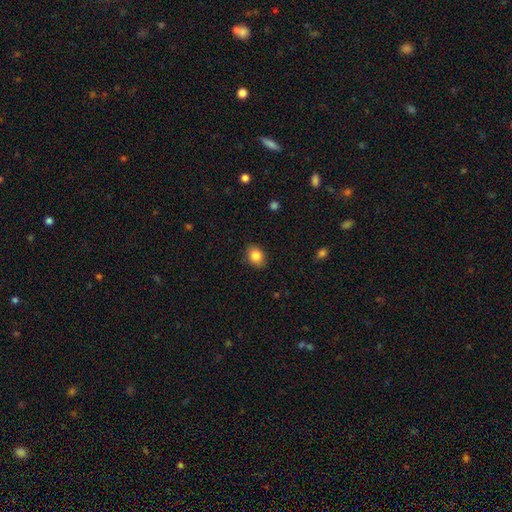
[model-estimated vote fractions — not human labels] The model was most divided on "how rounded": in between: 56%, round: 43%, cigar-shaped: 1%. More confident: merging — none (86%); smooth or featured — smooth (85%).